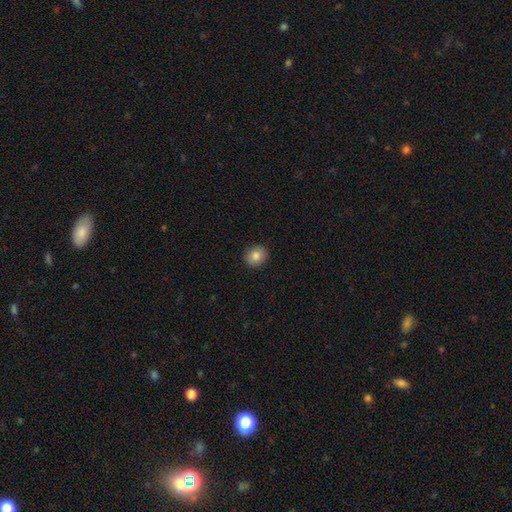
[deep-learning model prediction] The model was most divided on "how rounded": round: 82%, in between: 17%, cigar-shaped: 1%. More confident: merging — none (91%); smooth or featured — smooth (83%).